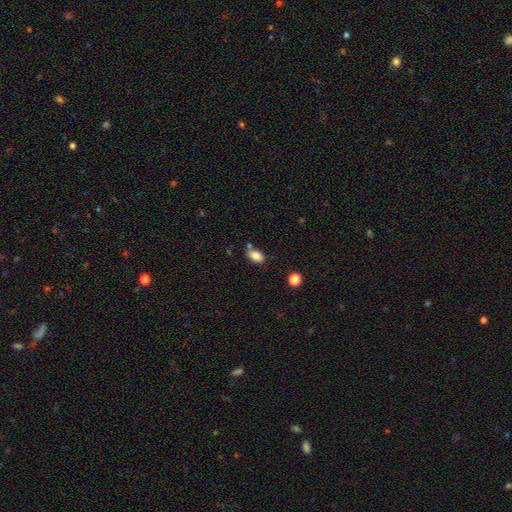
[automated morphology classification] A smooth galaxy with no disk features (86%) that is in between round and cigar-shaped (88%). Merging: none (67%).